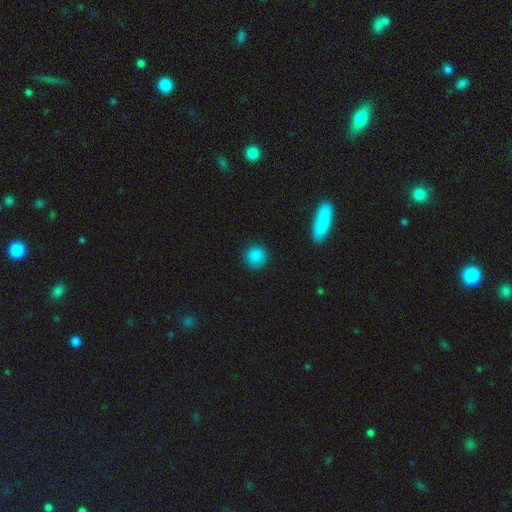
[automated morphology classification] Smooth or featured?
  - smooth: 86% *
  - star or artifact: 10%
  - featured or disk: 3%
How rounded?
  - round: 92% *
  - in between: 7%
  - cigar-shaped: 1%
Merging?
  - none: 89% *
  - minor disturbance: 8%
  - major disturbance: 2%
  - merger: 1%